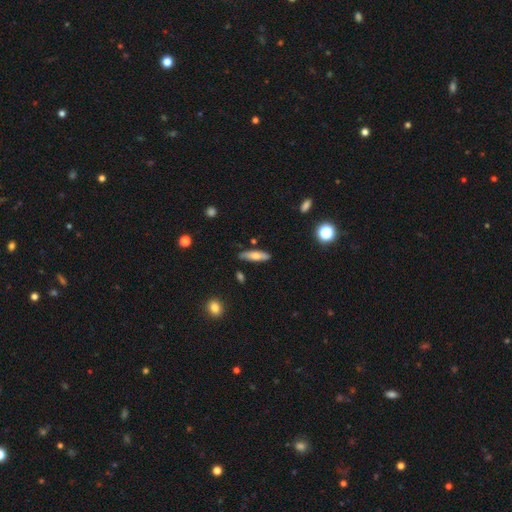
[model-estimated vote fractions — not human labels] This is likely a smooth galaxy (63%). How rounded: likely cigar-shaped (62%). Merging: clearly none (81%).